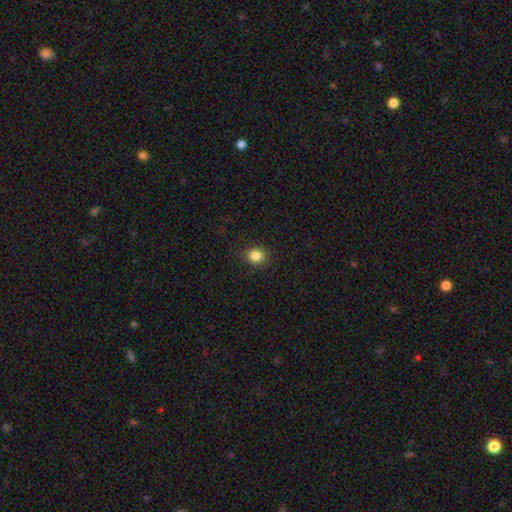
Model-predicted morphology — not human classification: Smooth or featured: smooth — 84% (star or artifact — 12%)
How rounded: round — 83% (in between — 16%)
Merging: none — 90% (minor disturbance — 7%)